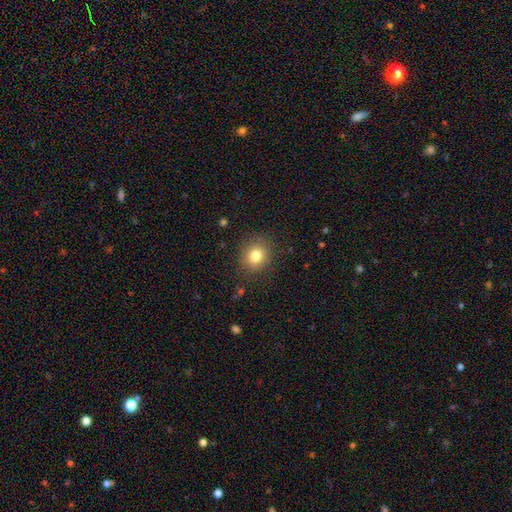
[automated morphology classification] Q: Smooth or featured?
A: smooth (80%); runner-up: star or artifact (12%)
Q: How rounded?
A: round (77%); runner-up: in between (22%)
Q: Merging?
A: none (87%); runner-up: minor disturbance (9%)